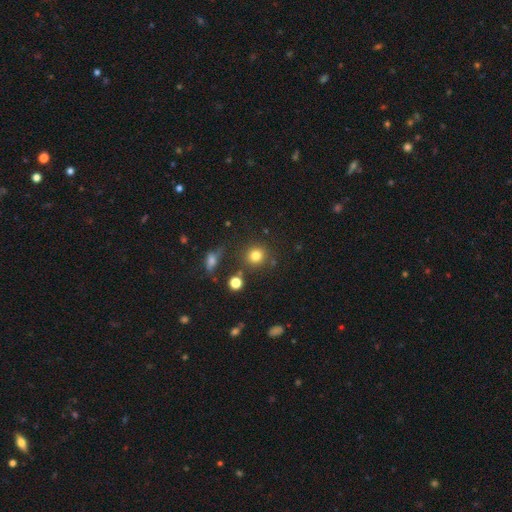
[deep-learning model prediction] Q: Smooth or featured?
A: smooth (79%); runner-up: star or artifact (14%)
Q: How rounded?
A: round (90%); runner-up: in between (9%)
Q: Merging?
A: none (81%); runner-up: minor disturbance (9%)